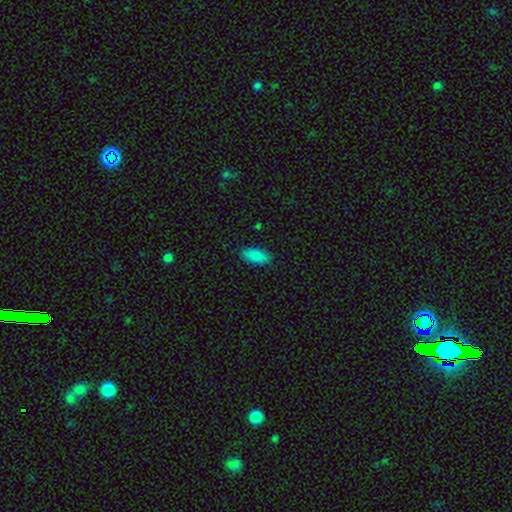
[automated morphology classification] smooth_or_featured: smooth (p=0.89) [alt: star or artifact p=0.08]
how_rounded: in between (p=0.89) [alt: cigar-shaped p=0.09]
merging: none (p=0.87) [alt: minor disturbance p=0.09]